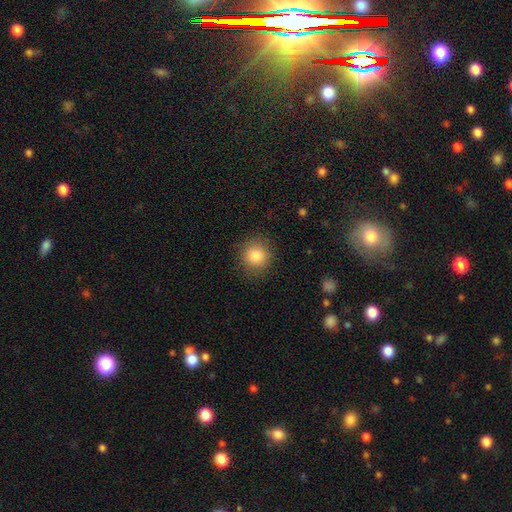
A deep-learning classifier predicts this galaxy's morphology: A smooth galaxy with no disk features (84%) that is round (90%). Merging: none (87%).